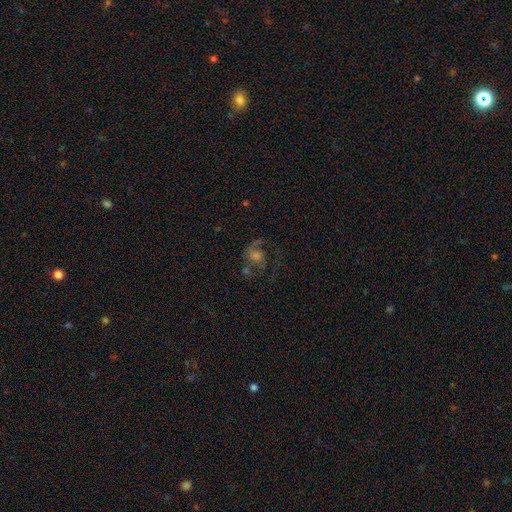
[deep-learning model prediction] Smooth or featured? featured or disk (71%)
Edge-on disk? no (98%)
Bar? no (70%)
Spiral arms? yes (89%)
Spiral winding? medium (48%)
Spiral arm count? 2 (60%)
Bulge size? moderate (47%)
Merging? none (51%)